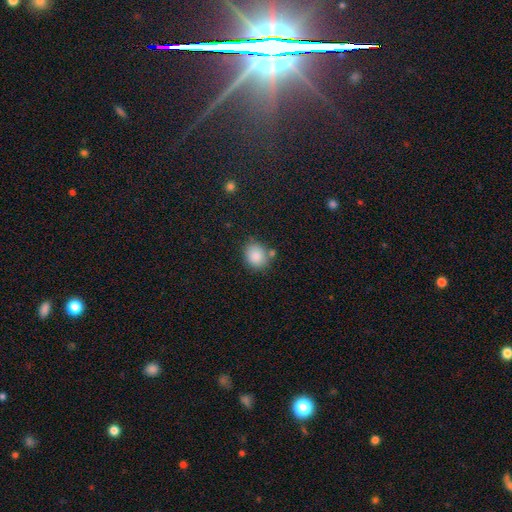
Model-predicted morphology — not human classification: Smooth or featured: smooth — 87% (star or artifact — 8%)
How rounded: round — 62% (in between — 37%)
Merging: none — 67% (minor disturbance — 17%)